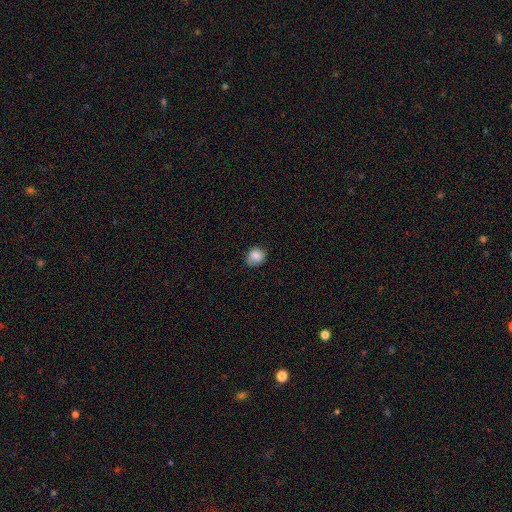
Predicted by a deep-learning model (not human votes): Morphology: type=smooth (83%); roundness=round (62%); merging=none (76%).